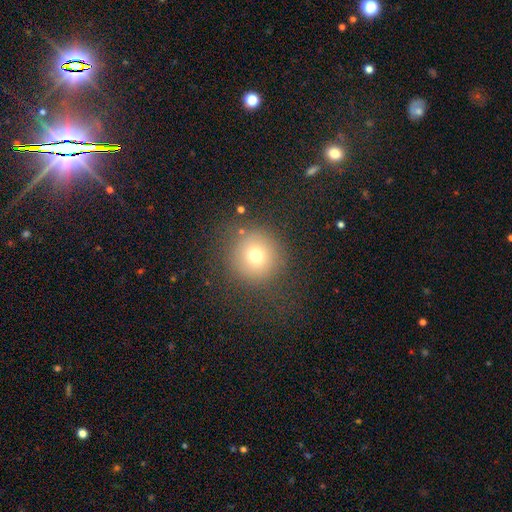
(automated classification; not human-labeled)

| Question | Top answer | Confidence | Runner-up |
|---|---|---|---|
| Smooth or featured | smooth | 71% | star or artifact (16%) |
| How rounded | round | 94% | in between (5%) |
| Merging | none | 80% | minor disturbance (11%) |